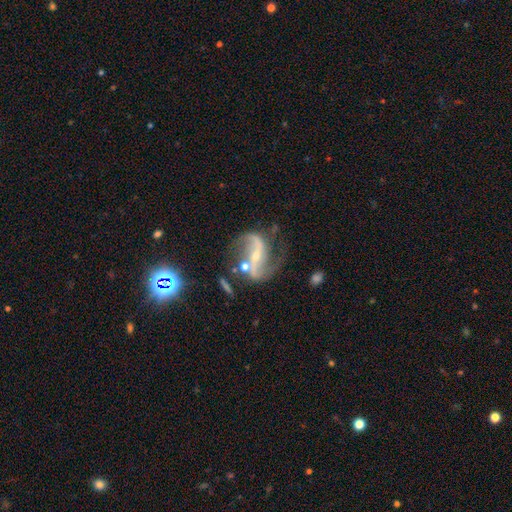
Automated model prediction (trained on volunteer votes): The model was most divided on "bar": strong: 46%, weak: 30%, no: 24%. More confident: edge-on disk — no (97%); spiral arms — yes (95%); spiral arm count — 2 (90%); smooth or featured — featured or disk (87%); bulge size — small (68%); spiral winding — loose (60%); merging — none (58%).